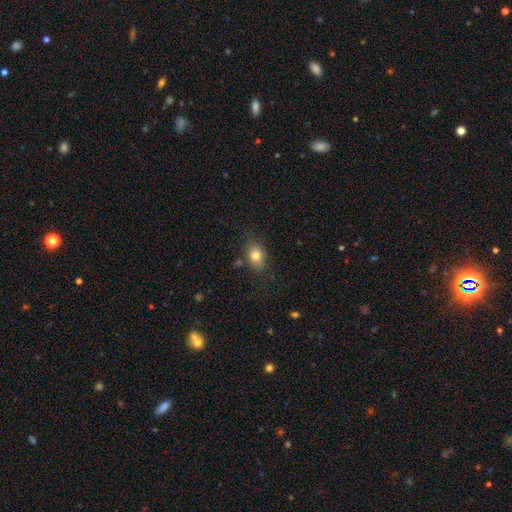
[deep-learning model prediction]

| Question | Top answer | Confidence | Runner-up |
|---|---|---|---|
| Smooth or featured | smooth | 80% | star or artifact (10%) |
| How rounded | in between | 68% | round (31%) |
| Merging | none | 78% | minor disturbance (15%) |